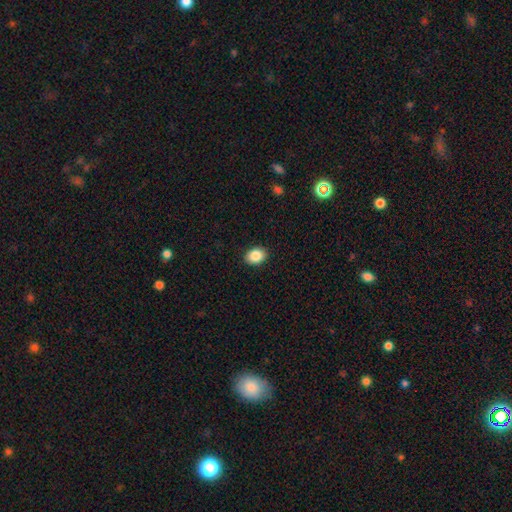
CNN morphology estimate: type=smooth (87%); roundness=in between (68%); merging=none (90%).